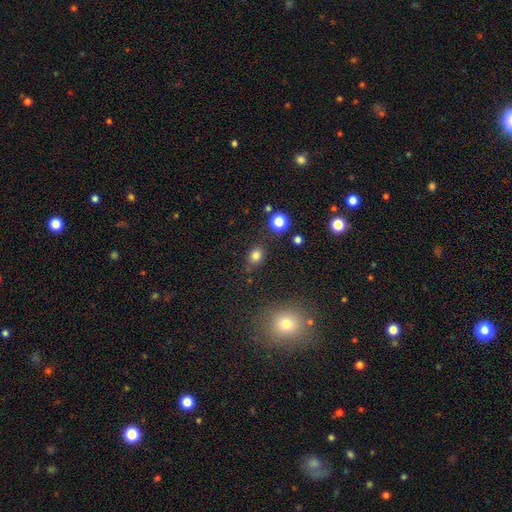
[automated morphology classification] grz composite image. It shows a smooth galaxy with no disk features (81%) that is in between round and cigar-shaped (51%). Merging: none (78%).